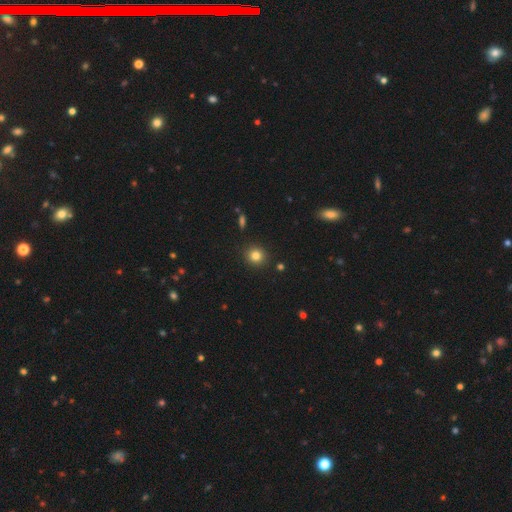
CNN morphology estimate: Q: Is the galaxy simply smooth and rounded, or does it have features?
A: smooth — 82%.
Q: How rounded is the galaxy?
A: round — 89%.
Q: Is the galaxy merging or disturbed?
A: none — 91%.